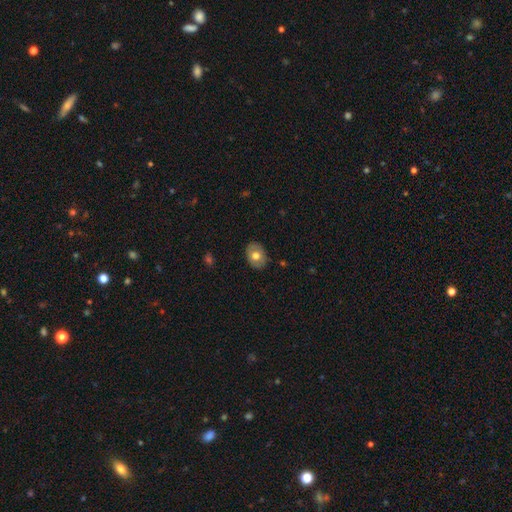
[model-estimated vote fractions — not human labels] smooth 66%, featured or disk 27%, star or artifact 7%. Down the decision tree: how rounded — in between (66%); merging — none (85%).